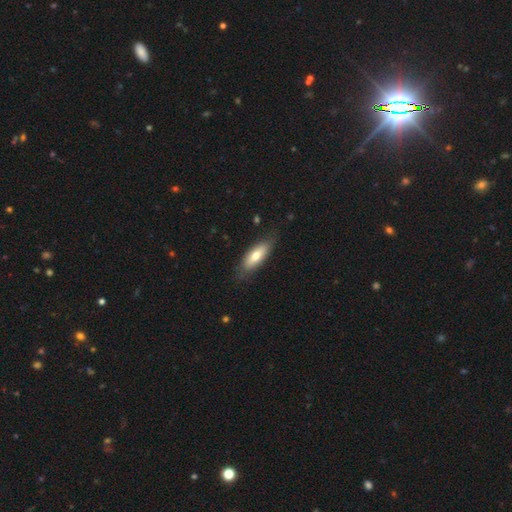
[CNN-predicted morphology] Smooth or featured? Predicted: smooth (p=0.71). How rounded? Predicted: in between (p=0.68). Merging? Predicted: none (p=0.78).